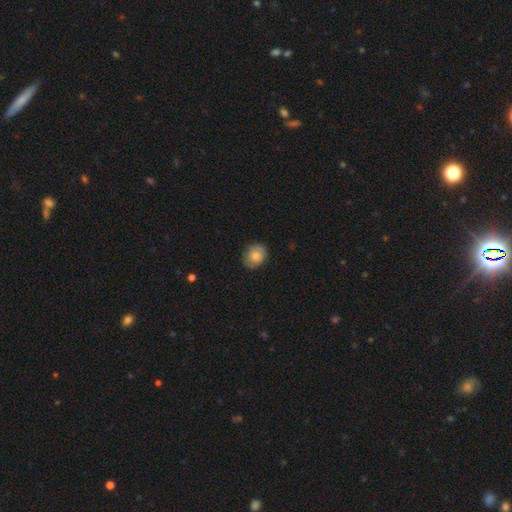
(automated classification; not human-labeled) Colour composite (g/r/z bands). It shows a smooth galaxy with no disk features (78%) that is round (57%). Merging: none (81%).